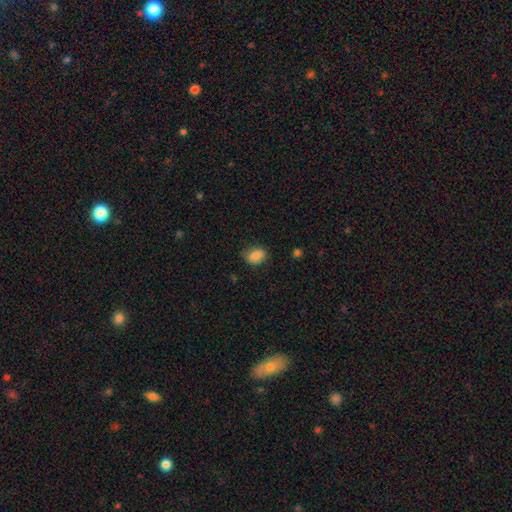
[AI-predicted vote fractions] Overall: smooth (87%). How rounded: in between (74%). Merging: none (75%).